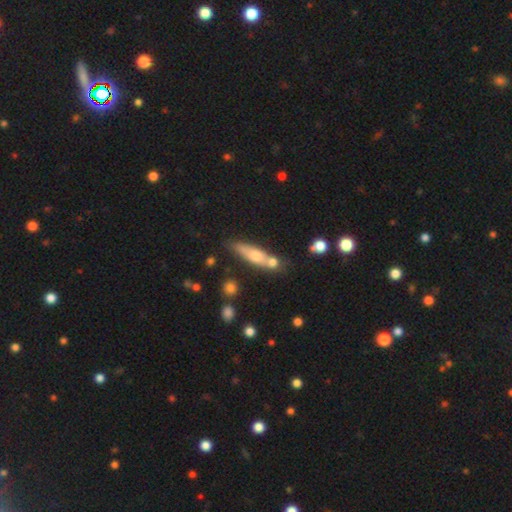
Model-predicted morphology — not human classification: Q: Smooth or featured?
A: smooth (54%); runner-up: featured or disk (39%)
Q: How rounded?
A: cigar-shaped (67%); runner-up: in between (30%)
Q: Merging?
A: none (54%); runner-up: merger (28%)